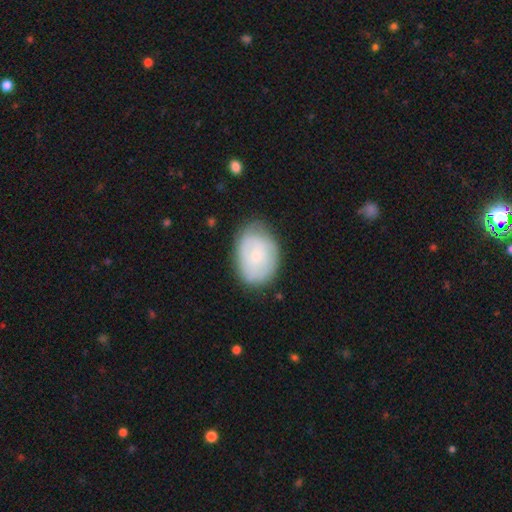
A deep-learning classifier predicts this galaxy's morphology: smooth 60%, featured or disk 34%, star or artifact 6%. Down the decision tree: how rounded — in between (79%); merging — none (69%).